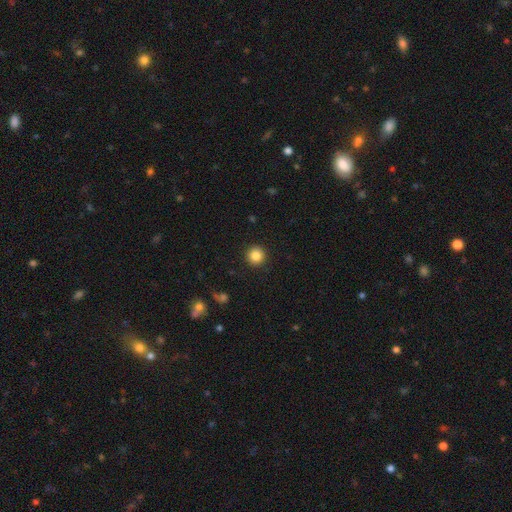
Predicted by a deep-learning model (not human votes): smooth 86%, star or artifact 10%, featured or disk 4%. Down the decision tree: how rounded — round (95%); merging — none (93%).